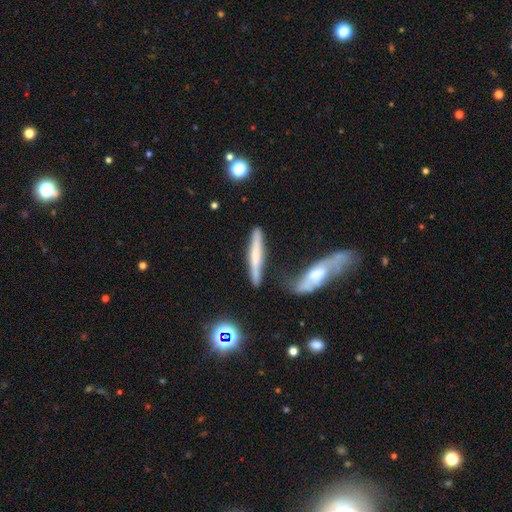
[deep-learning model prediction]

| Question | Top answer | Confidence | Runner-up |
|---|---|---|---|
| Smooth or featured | featured or disk | 49% | smooth (44%) |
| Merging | none | 73% | minor disturbance (14%) |